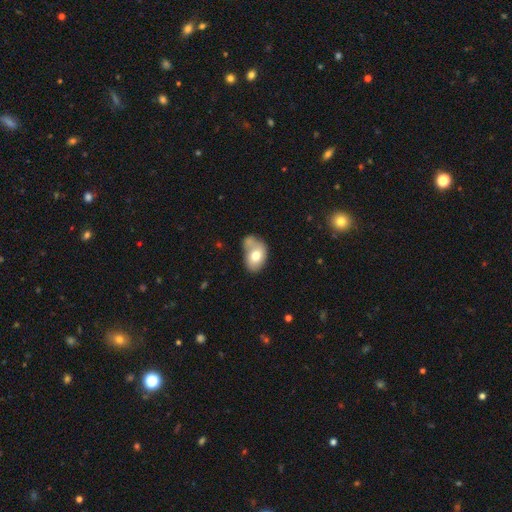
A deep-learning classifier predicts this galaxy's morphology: Q: Smooth or featured?
A: smooth (71%); runner-up: featured or disk (21%)
Q: How rounded?
A: in between (80%); runner-up: round (19%)
Q: Merging?
A: merger (34%); runner-up: none (33%)